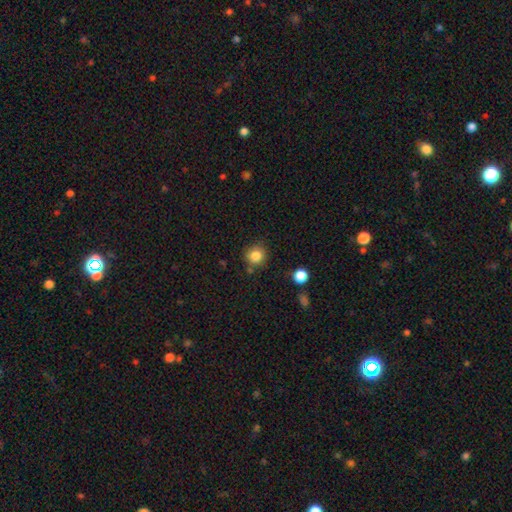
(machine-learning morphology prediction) type=smooth (84%); roundness=round (91%); merging=none (81%).